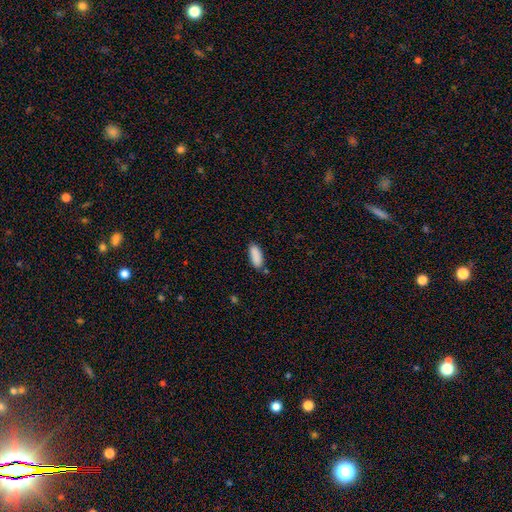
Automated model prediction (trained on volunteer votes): Smooth or featured: smooth — 89% (star or artifact — 7%)
How rounded: in between — 78% (cigar-shaped — 20%)
Merging: none — 77% (minor disturbance — 15%)